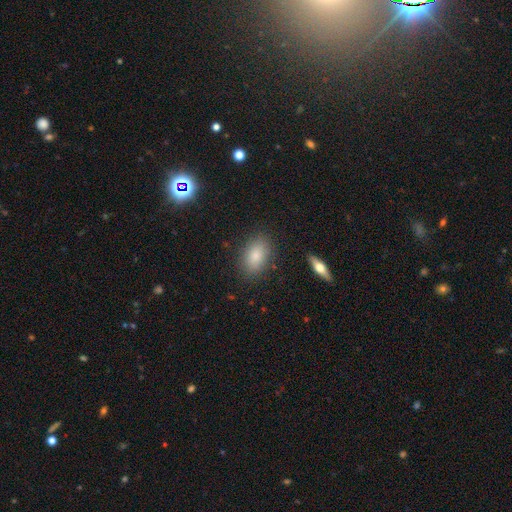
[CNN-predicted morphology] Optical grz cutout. It shows a smooth galaxy with no disk features (82%) that is in between round and cigar-shaped (88%). Merging: none (84%).